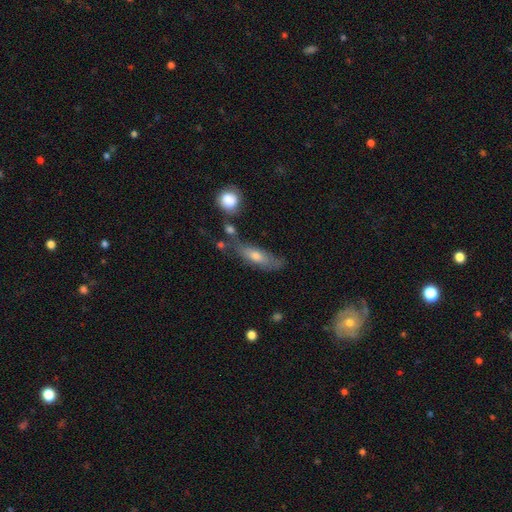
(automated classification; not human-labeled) smooth-or-featured: smooth: 56% | featured or disk: 34% | star or artifact: 9%
  how-rounded: in between: 51% | cigar-shaped: 45% | round: 4%
  merging: none: 50% | minor disturbance: 26% | merger: 13% | major disturbance: 11%